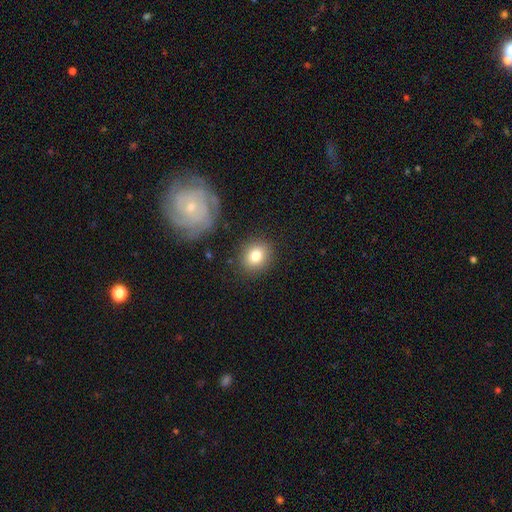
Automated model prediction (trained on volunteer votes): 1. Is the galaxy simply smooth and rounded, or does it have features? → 81% smooth, 10% star or artifact, 9% featured or disk.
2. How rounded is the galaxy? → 67% round, 32% in between, 1% cigar-shaped.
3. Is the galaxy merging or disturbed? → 86% none, 9% minor disturbance, 3% major disturbance, 2% merger.